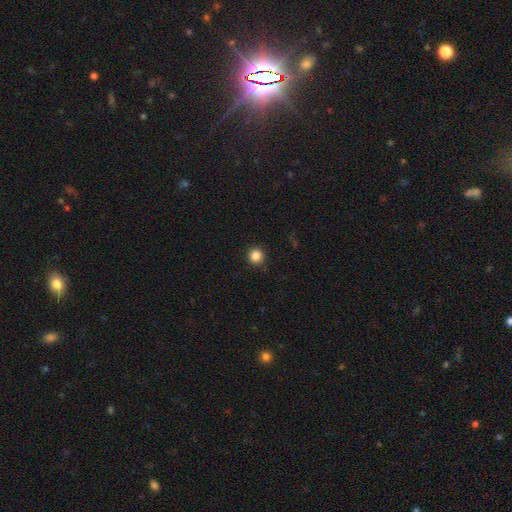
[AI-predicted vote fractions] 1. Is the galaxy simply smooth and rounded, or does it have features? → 86% smooth, 11% star or artifact, 3% featured or disk.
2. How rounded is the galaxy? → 93% round, 6% in between, 1% cigar-shaped.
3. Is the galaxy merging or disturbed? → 91% none, 6% minor disturbance, 2% major disturbance, 1% merger.